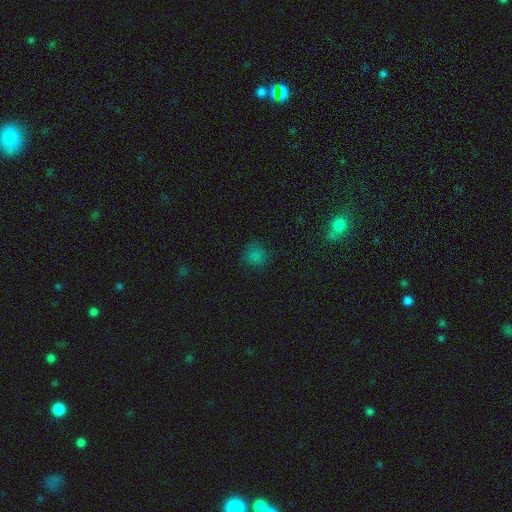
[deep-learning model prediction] A smooth galaxy with no disk features (77%) that is round (89%). Merging: none (82%).